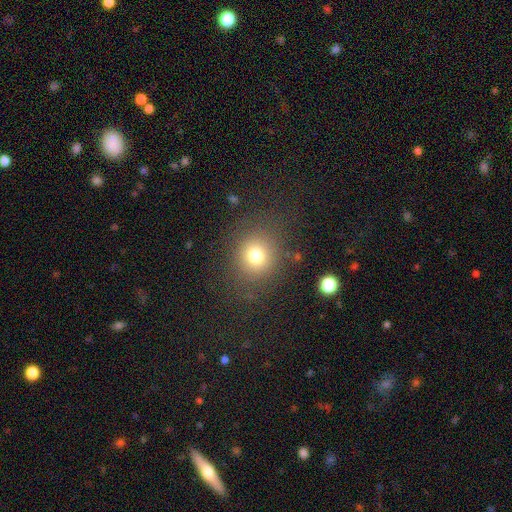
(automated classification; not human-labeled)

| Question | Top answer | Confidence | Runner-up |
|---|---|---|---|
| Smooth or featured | smooth | 75% | star or artifact (15%) |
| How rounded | round | 82% | in between (17%) |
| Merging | none | 82% | minor disturbance (10%) |